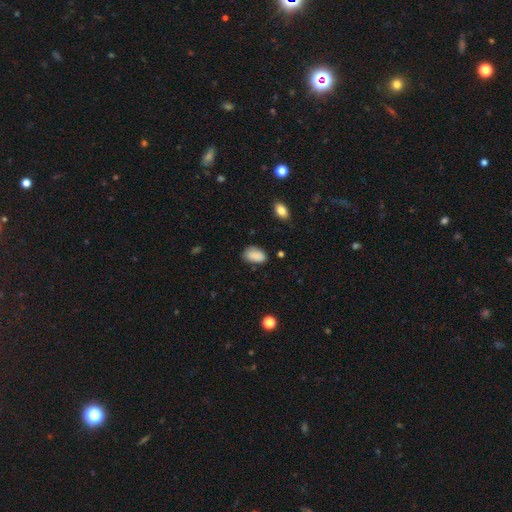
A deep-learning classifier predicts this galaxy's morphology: A smooth galaxy with no disk features (87%) that is in between round and cigar-shaped (92%).

Vote fractions:
- Smooth or featured? smooth: 87% / star or artifact: 8% / featured or disk: 5%
- How rounded? in between: 92% / round: 6% / cigar-shaped: 2%
- Merging? none: 70% / minor disturbance: 23% / major disturbance: 5% / merger: 2%